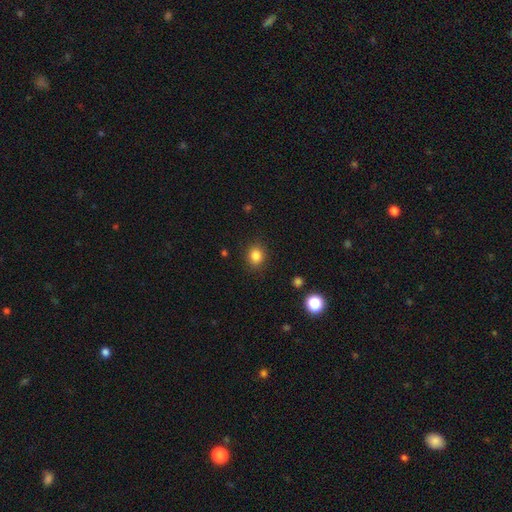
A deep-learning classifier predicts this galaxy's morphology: This is clearly a smooth galaxy (84%). How rounded: likely round (72%). Merging: clearly none (88%).